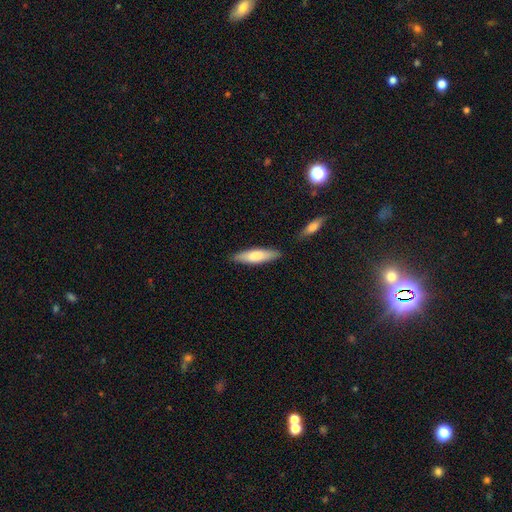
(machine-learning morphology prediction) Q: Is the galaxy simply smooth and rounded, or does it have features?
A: smooth — 73%.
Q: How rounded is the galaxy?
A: cigar-shaped — 68%.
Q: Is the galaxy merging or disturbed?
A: none — 85%.